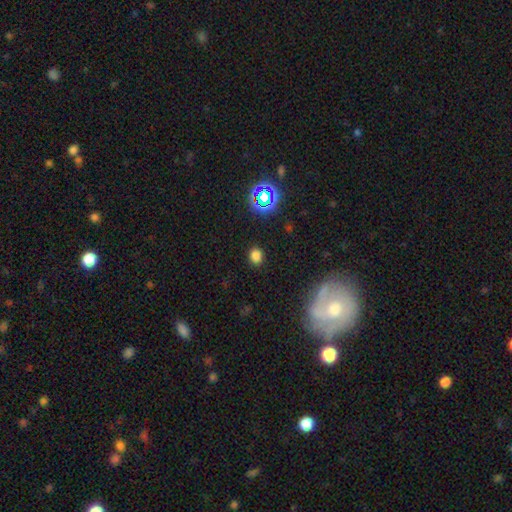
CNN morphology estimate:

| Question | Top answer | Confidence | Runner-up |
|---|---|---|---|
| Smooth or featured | smooth | 75% | star or artifact (19%) |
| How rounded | round | 58% | in between (41%) |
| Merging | none | 87% | minor disturbance (9%) |